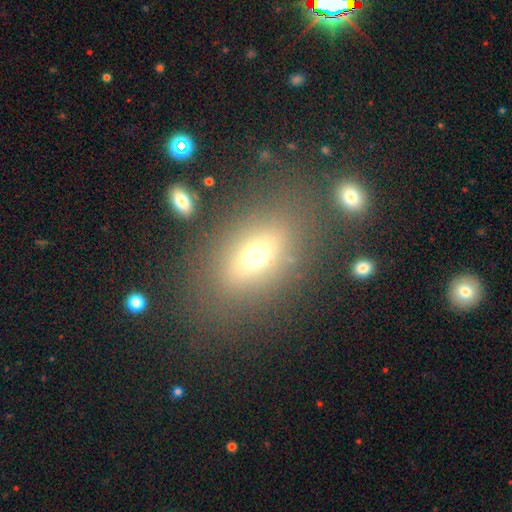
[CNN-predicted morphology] smooth 57%, featured or disk 27%, star or artifact 16%. Down the decision tree: how rounded — in between (76%); merging — none (78%).